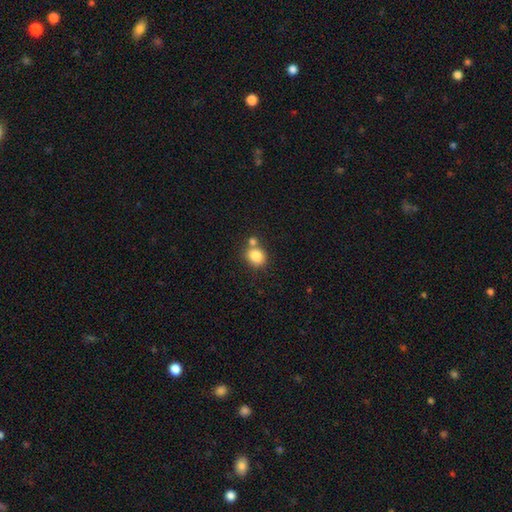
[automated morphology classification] smooth 83%, star or artifact 10%, featured or disk 7%. Down the decision tree: how rounded — round (65%); merging — none (56%).